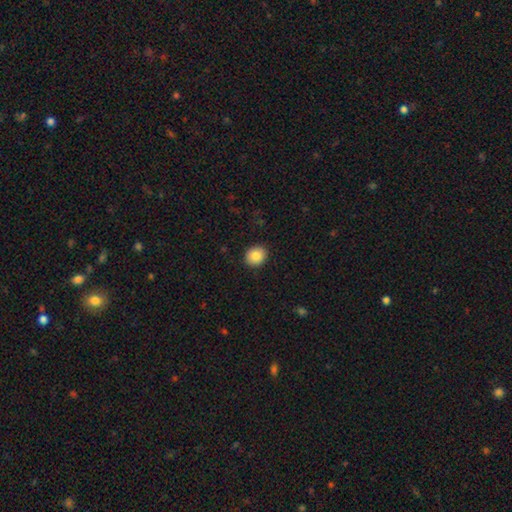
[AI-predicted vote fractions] Smooth or featured: smooth — 86% (star or artifact — 8%)
How rounded: round — 79% (in between — 20%)
Merging: none — 91% (minor disturbance — 6%)